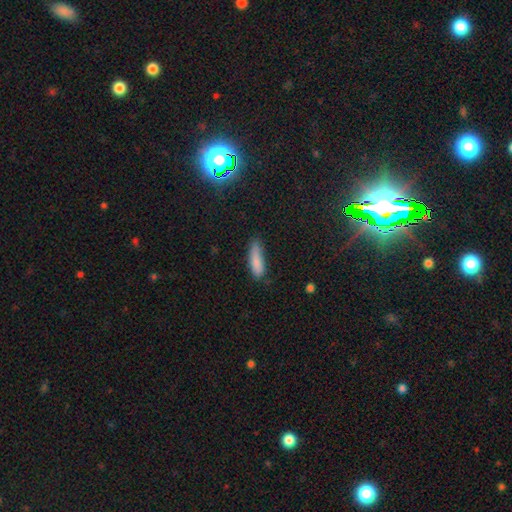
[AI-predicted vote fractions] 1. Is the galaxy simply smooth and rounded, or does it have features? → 73% smooth, 16% star or artifact, 10% featured or disk.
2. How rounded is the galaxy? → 64% cigar-shaped, 34% in between, 3% round.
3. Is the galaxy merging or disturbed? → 66% none, 26% minor disturbance, 6% major disturbance, 2% merger.